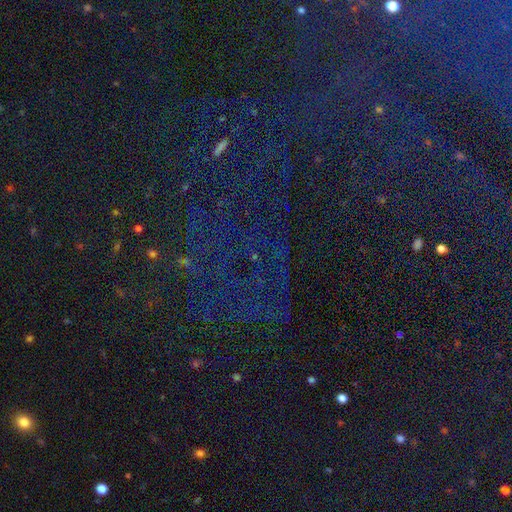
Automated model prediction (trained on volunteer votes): Q: Smooth or featured?
A: star or artifact (83%); runner-up: smooth (10%)